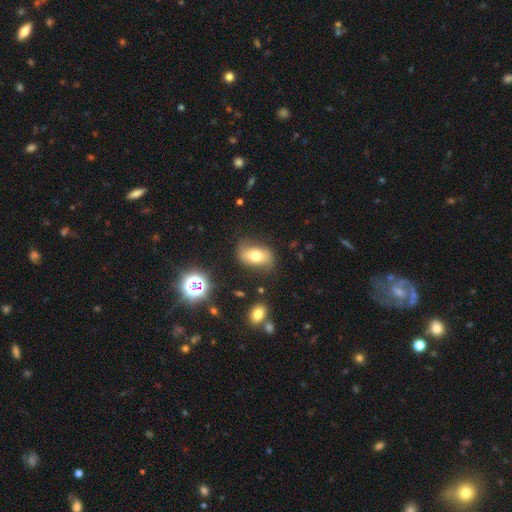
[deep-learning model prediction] smooth 61%, featured or disk 28%, star or artifact 11%. Down the decision tree: how rounded — in between (85%); merging — none (69%).